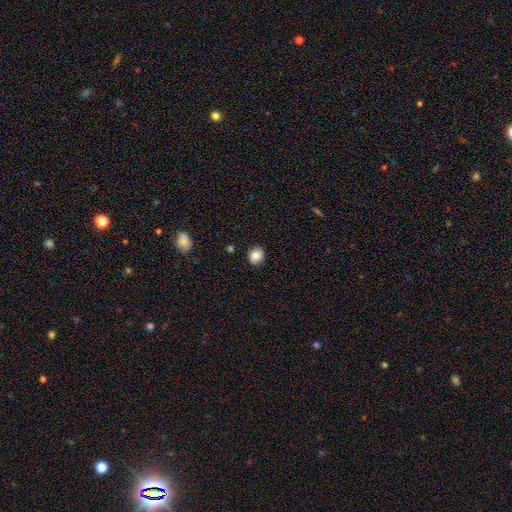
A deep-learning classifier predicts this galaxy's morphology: smooth-or-featured: smooth: 85% | star or artifact: 9% | featured or disk: 5%
  how-rounded: round: 73% | in between: 26% | cigar-shaped: 1%
  merging: none: 87% | minor disturbance: 10% | major disturbance: 2% | merger: 1%